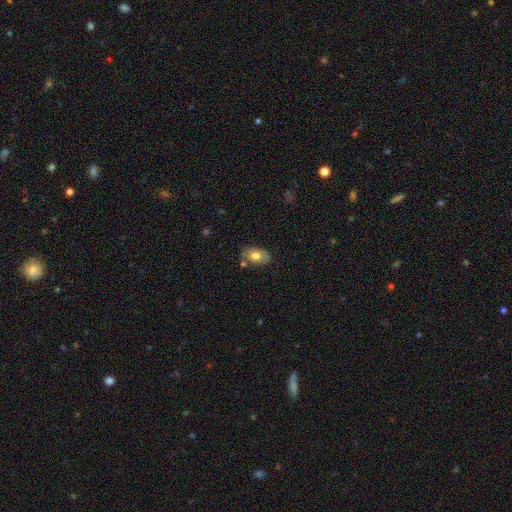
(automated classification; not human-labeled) Q: Smooth or featured?
A: smooth (70%); runner-up: featured or disk (23%)
Q: How rounded?
A: in between (90%); runner-up: round (9%)
Q: Merging?
A: none (67%); runner-up: minor disturbance (20%)